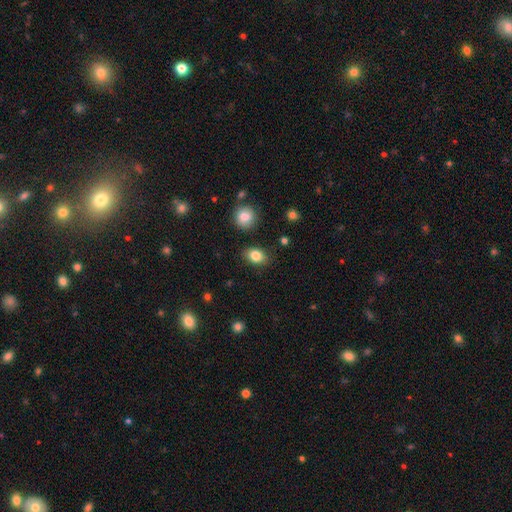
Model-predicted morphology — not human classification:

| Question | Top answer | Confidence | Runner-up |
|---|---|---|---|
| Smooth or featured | smooth | 84% | star or artifact (9%) |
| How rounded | in between | 76% | round (23%) |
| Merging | none | 85% | minor disturbance (10%) |